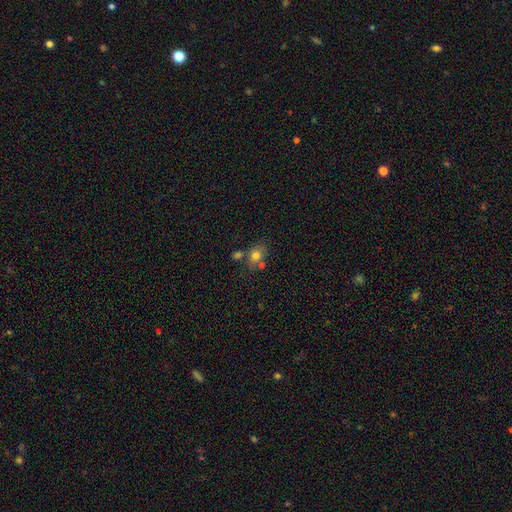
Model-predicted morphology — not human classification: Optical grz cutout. It shows a smooth galaxy with no disk features (73%) that is in between round and cigar-shaped (62%). Merging: none (58%).